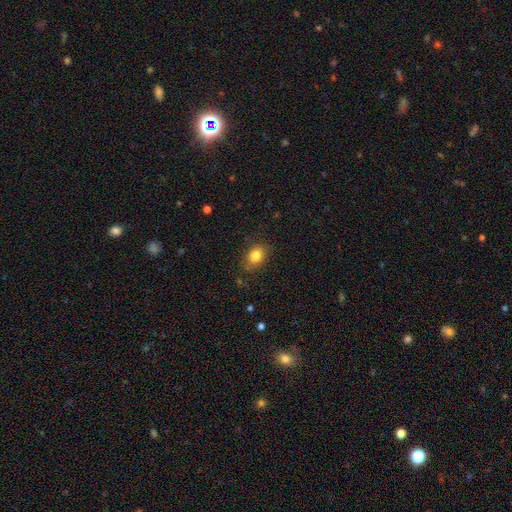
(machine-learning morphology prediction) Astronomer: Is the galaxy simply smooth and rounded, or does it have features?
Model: smooth — 83%.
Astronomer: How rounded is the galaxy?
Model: in between — 61% (runner-up: round, 38%).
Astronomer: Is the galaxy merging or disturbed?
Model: none — 81%.